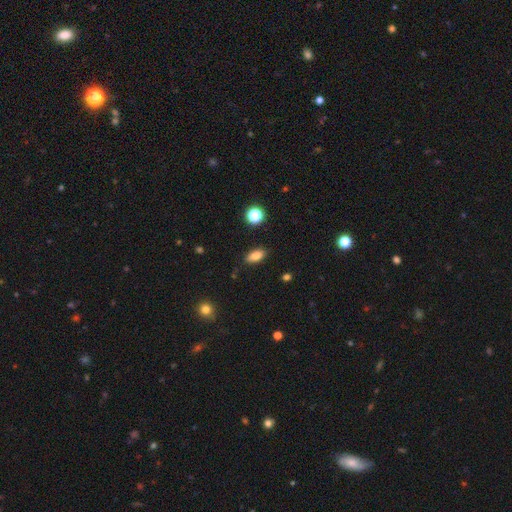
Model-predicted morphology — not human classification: Overall: smooth (81%). How rounded: in between (86%). Merging: none (86%).